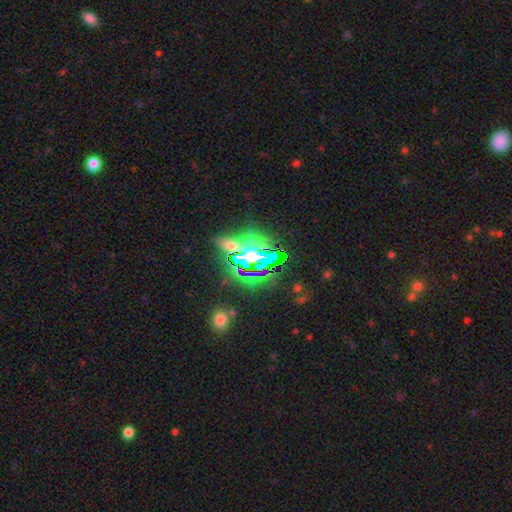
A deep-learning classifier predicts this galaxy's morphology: type=star or artifact (70%).